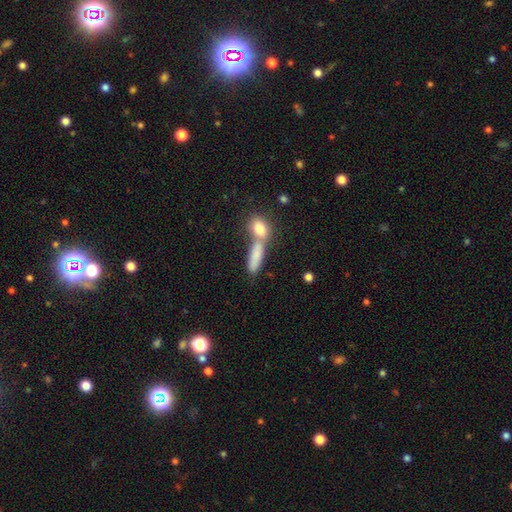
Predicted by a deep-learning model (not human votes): Q: Smooth or featured?
A: smooth (81%); runner-up: featured or disk (11%)
Q: How rounded?
A: in between (52%); runner-up: cigar-shaped (41%)
Q: Merging?
A: none (45%); runner-up: merger (40%)